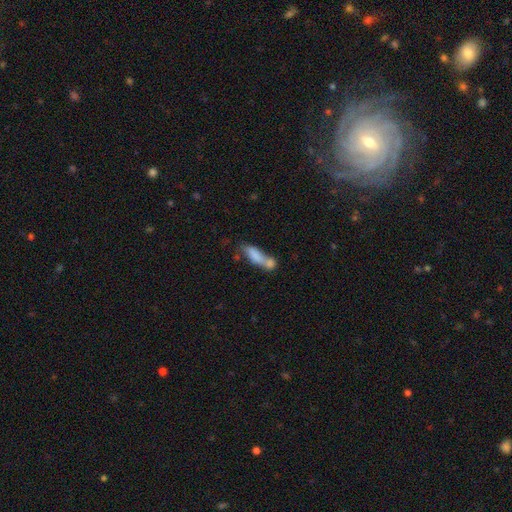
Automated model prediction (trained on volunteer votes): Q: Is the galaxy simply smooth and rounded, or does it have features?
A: smooth — 74%.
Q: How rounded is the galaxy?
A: in between — 54%.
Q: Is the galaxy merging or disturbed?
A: merger — 56%.